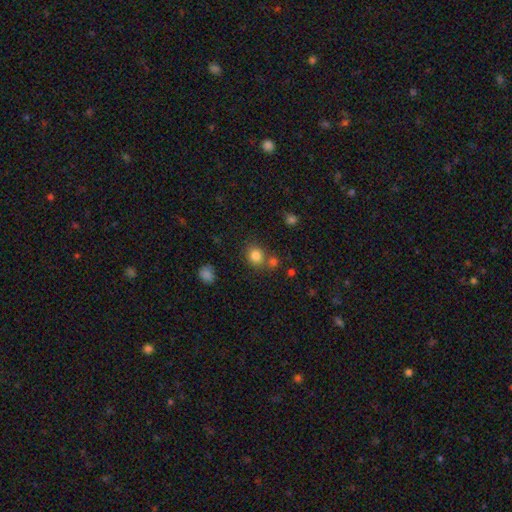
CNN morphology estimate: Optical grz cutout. It shows a smooth galaxy with no disk features (82%) that is round (78%). Merging: none (69%).